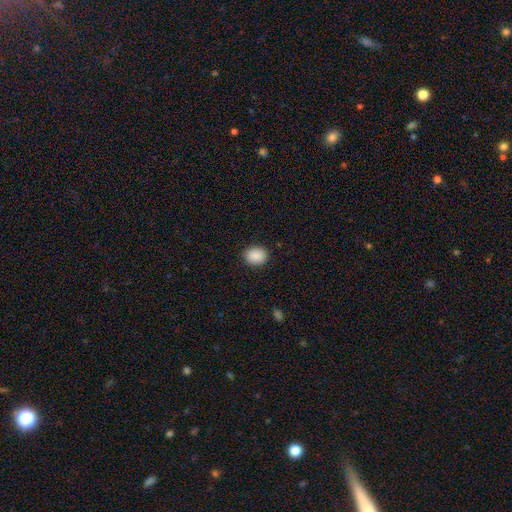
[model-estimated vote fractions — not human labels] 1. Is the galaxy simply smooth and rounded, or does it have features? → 90% smooth, 8% star or artifact, 3% featured or disk.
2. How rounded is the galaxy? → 50% in between, 49% round, 1% cigar-shaped.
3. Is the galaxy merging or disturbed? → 89% none, 8% minor disturbance, 2% major disturbance, 1% merger.